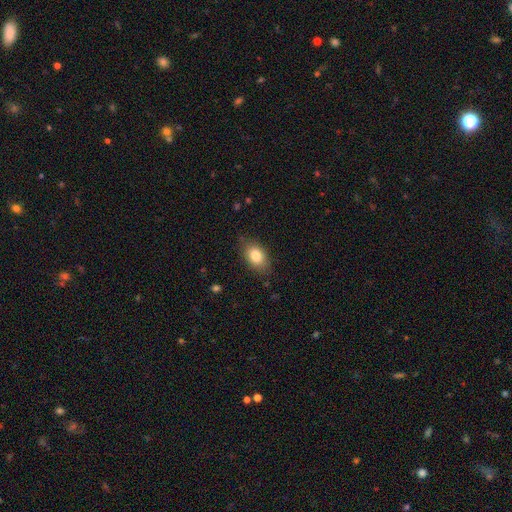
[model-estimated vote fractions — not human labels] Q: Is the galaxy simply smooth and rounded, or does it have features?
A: smooth — 83%.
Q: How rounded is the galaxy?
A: in between — 86%.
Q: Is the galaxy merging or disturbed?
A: none — 81%.